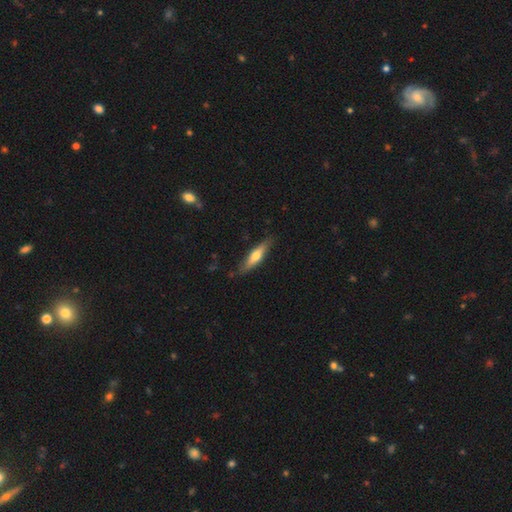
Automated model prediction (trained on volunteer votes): This is possibly a smooth galaxy (53%). How rounded: likely cigar-shaped (74%). Merging: clearly none (81%).